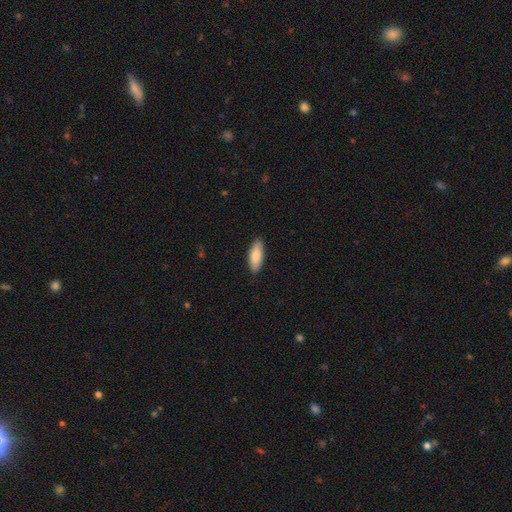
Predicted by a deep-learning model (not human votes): This is clearly a smooth galaxy (84%). How rounded: likely in between (75%). Merging: clearly none (88%).